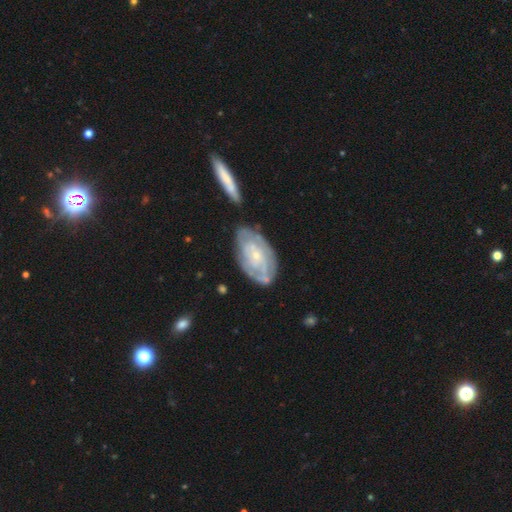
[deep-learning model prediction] Q: Smooth or featured?
A: featured or disk (73%); runner-up: smooth (21%)
Q: Edge-on disk?
A: no (94%); runner-up: yes (6%)
Q: Bar?
A: no (76%); runner-up: weak (20%)
Q: Spiral arms?
A: yes (78%); runner-up: no (22%)
Q: Spiral winding?
A: tight (68%); runner-up: medium (24%)
Q: Spiral arm count?
A: can't tell (57%); runner-up: 2 (17%)
Q: Bulge size?
A: small (76%); runner-up: moderate (20%)
Q: Merging?
A: none (63%); runner-up: minor disturbance (22%)